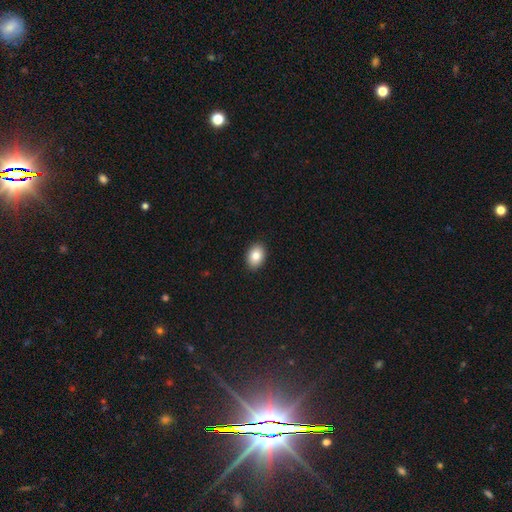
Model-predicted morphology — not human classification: This appears to be a smooth galaxy with no disk features (84%) that is in between round and cigar-shaped (78%). Merging: none (91%).